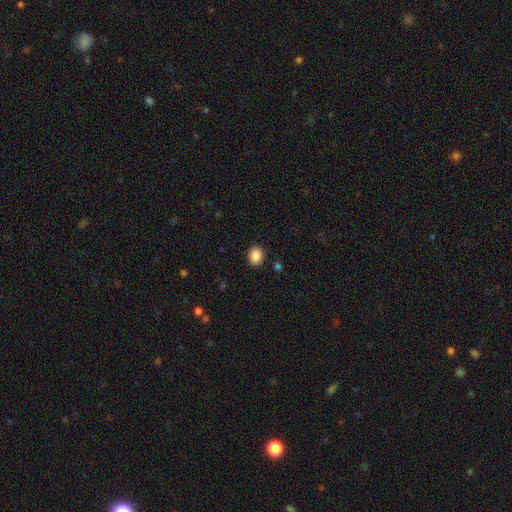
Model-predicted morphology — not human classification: This is clearly a smooth galaxy (88%). How rounded: possibly round (56%). Merging: clearly none (90%).